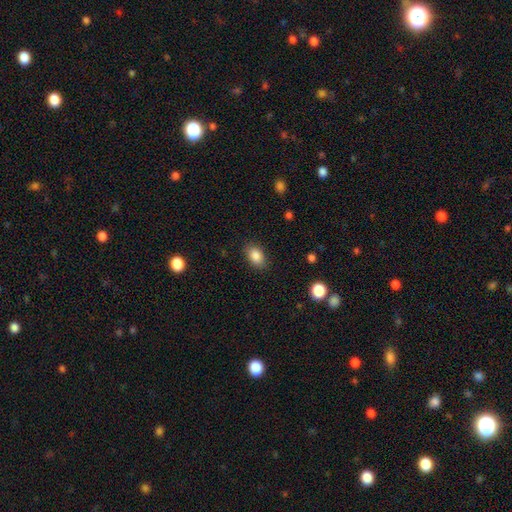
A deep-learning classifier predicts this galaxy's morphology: This is clearly a smooth galaxy (86%). How rounded: clearly in between (86%). Merging: clearly none (86%).